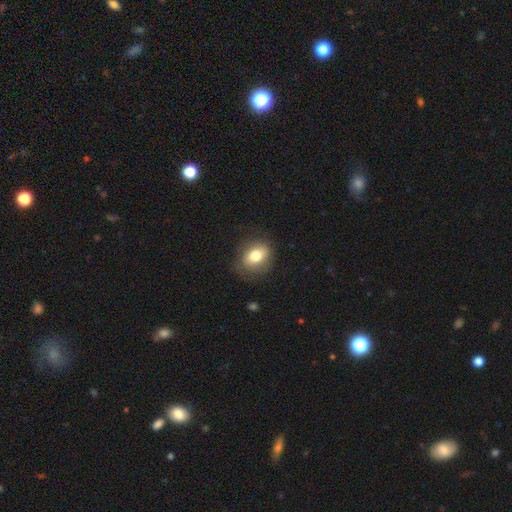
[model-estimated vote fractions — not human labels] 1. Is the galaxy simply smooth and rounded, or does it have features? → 76% smooth, 16% featured or disk, 8% star or artifact.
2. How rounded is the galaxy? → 57% in between, 41% round, 1% cigar-shaped.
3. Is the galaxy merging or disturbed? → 74% none, 18% minor disturbance, 7% major disturbance, 1% merger.